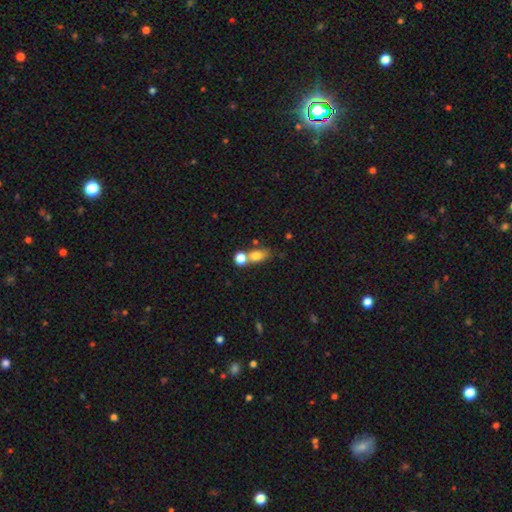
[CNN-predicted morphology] This appears to be a smooth galaxy with no disk features (77%) that is in between round and cigar-shaped (68%). Merging: merger (44%).